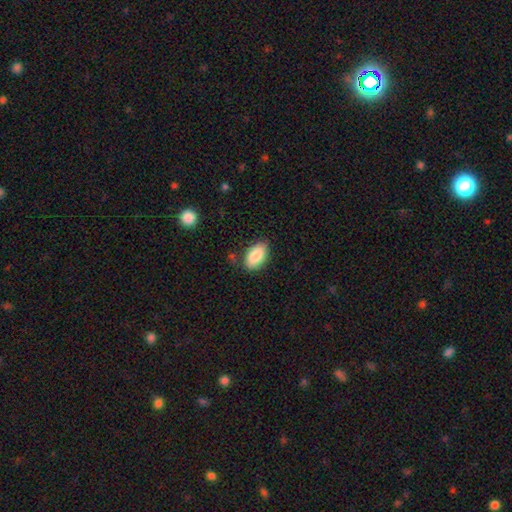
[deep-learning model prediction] Smooth or featured? smooth (87%)
How rounded? in between (93%)
Merging? none (77%)